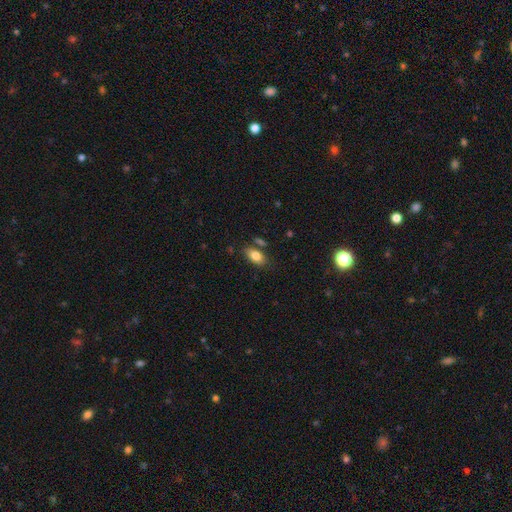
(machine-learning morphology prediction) A smooth galaxy with no disk features (82%) that is in between round and cigar-shaped (90%).

Vote fractions:
- Smooth or featured? smooth: 82% / featured or disk: 10% / star or artifact: 8%
- How rounded? in between: 90% / round: 5% / cigar-shaped: 4%
- Merging? none: 75% / minor disturbance: 13% / merger: 8% / major disturbance: 3%